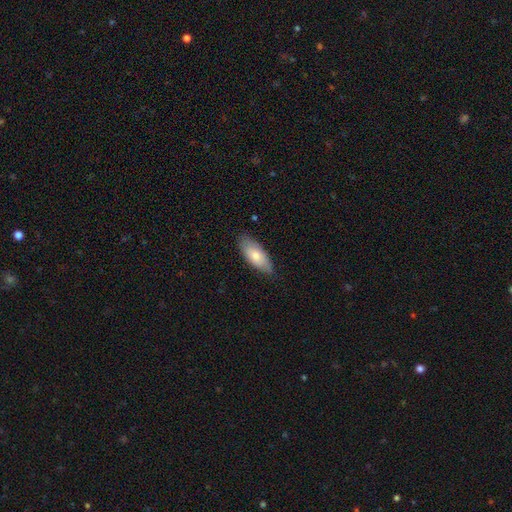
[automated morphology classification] Smooth or featured: smooth — 73% (featured or disk — 21%)
How rounded: in between — 86% (cigar-shaped — 12%)
Merging: none — 80% (minor disturbance — 17%)